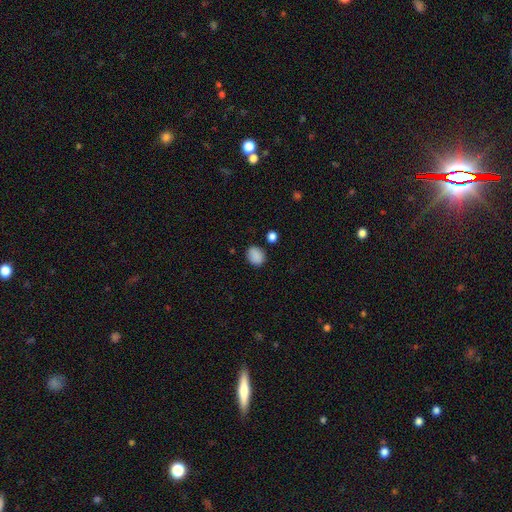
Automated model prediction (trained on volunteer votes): Smooth or featured?
  - smooth: 87% *
  - star or artifact: 10%
  - featured or disk: 4%
How rounded?
  - round: 61% *
  - in between: 38%
  - cigar-shaped: 1%
Merging?
  - none: 82% *
  - minor disturbance: 12%
  - merger: 4%
  - major disturbance: 3%